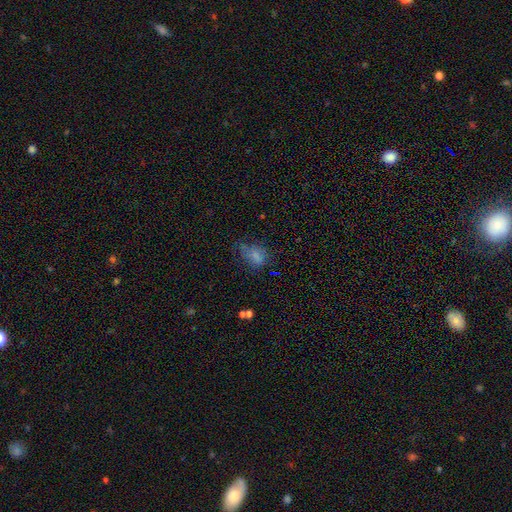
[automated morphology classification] Smooth or featured?
  - smooth: 68% *
  - featured or disk: 16%
  - star or artifact: 16%
How rounded?
  - in between: 78% *
  - round: 18%
  - cigar-shaped: 3%
Merging?
  - none: 42% *
  - minor disturbance: 29%
  - major disturbance: 26%
  - merger: 4%